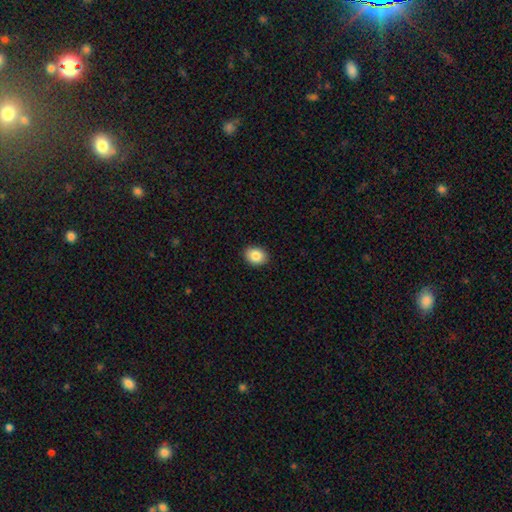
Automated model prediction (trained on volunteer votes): Overall: smooth (86%). How rounded: in between (53%; round 46%). Merging: none (90%).